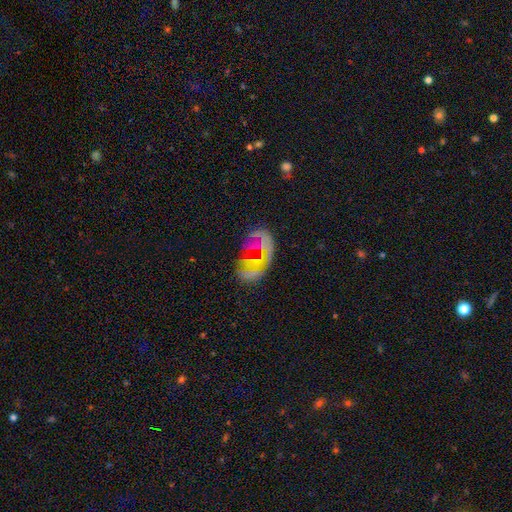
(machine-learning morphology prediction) Smooth or featured?
  - featured or disk: 53% *
  - smooth: 24%
  - star or artifact: 22%
Edge-on disk?
  - no: 97% *
  - yes: 3%
Bar?
  - no: 79% *
  - weak: 15%
  - strong: 7%
Spiral arms?
  - no: 58% *
  - yes: 42%
Bulge size?
  - none: 53% *
  - small: 30%
  - moderate: 12%
  - large: 2%
  - dominant: 2%
Merging?
  - none: 41% *
  - major disturbance: 31%
  - minor disturbance: 18%
  - merger: 10%